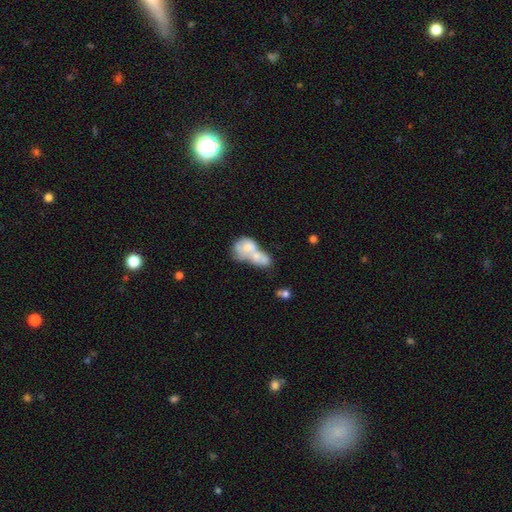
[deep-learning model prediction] A smooth galaxy with no disk features (58%) that is in between round and cigar-shaped (64%). Merging: merger (78%).